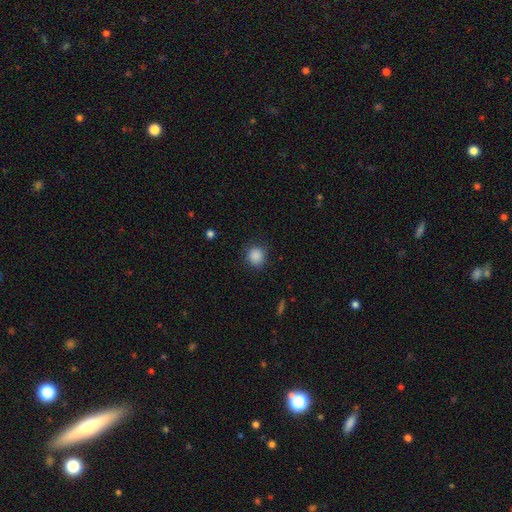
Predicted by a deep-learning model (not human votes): smooth 87%, star or artifact 10%, featured or disk 3%. Down the decision tree: how rounded — round (88%); merging — none (86%).